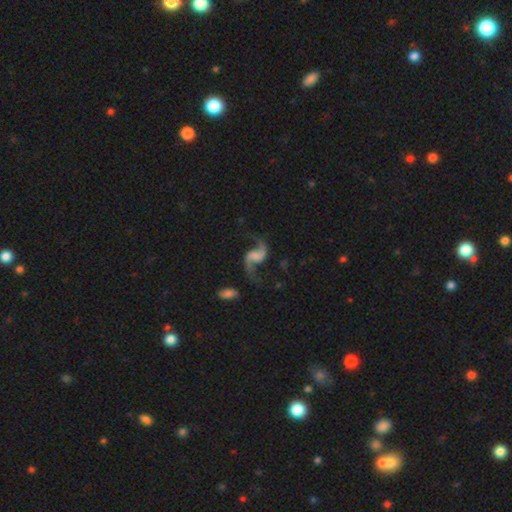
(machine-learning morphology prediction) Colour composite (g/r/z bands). It shows a featured or disk galaxy (89%) with a weak bar (42%), 2 (93%) loose (85%) spiral arms (97%) and no central bulge (59%). Merging: none (72%).